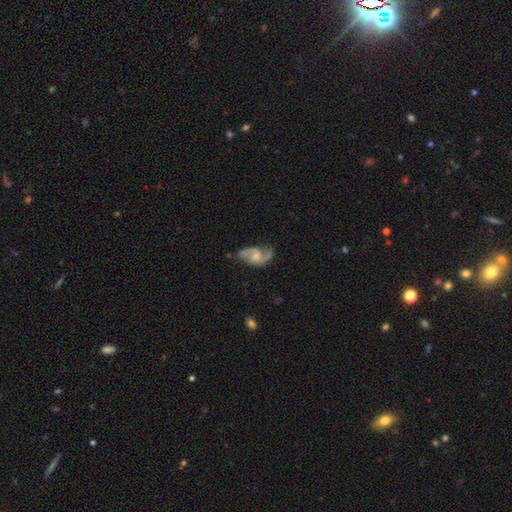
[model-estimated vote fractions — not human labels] Morphology: type=featured or disk (84%); edge-on=no (97%); bar=no (51%); spiral arms=yes (96%); winding=medium (46%); arm count=2 (91%); bulge=moderate (35%); merging=none (68%).